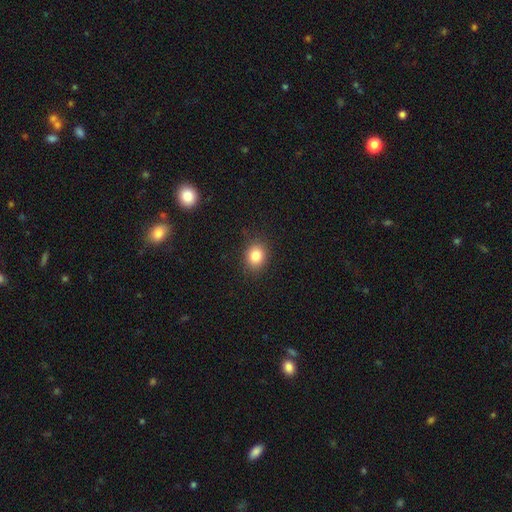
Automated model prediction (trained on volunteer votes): The model was most divided on "how rounded": round: 59%, in between: 40%, cigar-shaped: 1%. More confident: merging — none (87%); smooth or featured — smooth (83%).